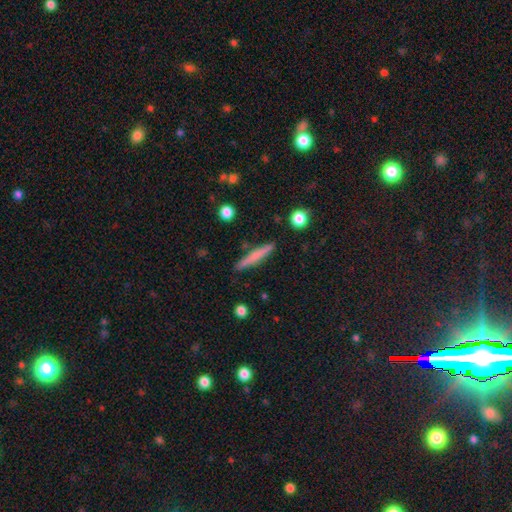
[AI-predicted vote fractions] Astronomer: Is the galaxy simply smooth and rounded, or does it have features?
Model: smooth — 64%.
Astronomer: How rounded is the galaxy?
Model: cigar-shaped — 94%.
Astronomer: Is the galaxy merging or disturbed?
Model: none — 88%.